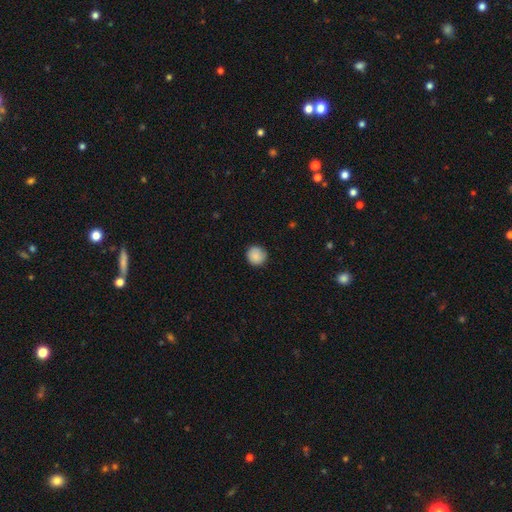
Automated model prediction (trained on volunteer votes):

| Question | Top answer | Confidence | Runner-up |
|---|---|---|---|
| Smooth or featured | smooth | 88% | star or artifact (8%) |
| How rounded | round | 93% | in between (6%) |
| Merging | none | 90% | minor disturbance (8%) |